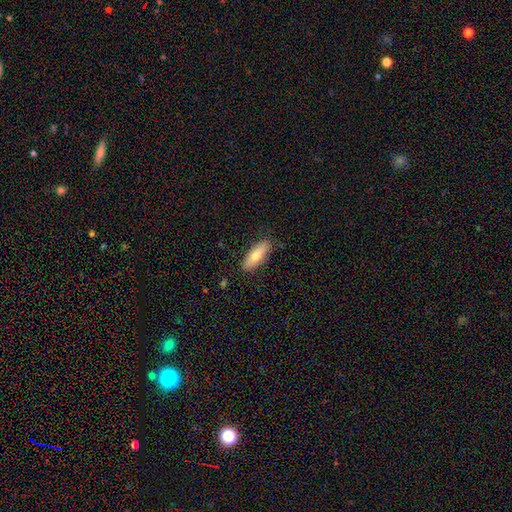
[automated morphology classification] smooth-or-featured: smooth: 71% | featured or disk: 23% | star or artifact: 6%
  how-rounded: in between: 54% | cigar-shaped: 43% | round: 2%
  merging: none: 84% | minor disturbance: 13% | major disturbance: 2% | merger: 1%